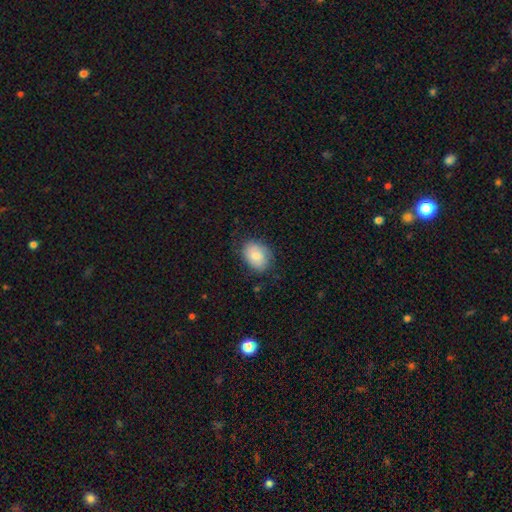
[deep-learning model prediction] This appears to be a smooth galaxy with no disk features (76%) that is in between round and cigar-shaped (69%). Merging: none (74%).